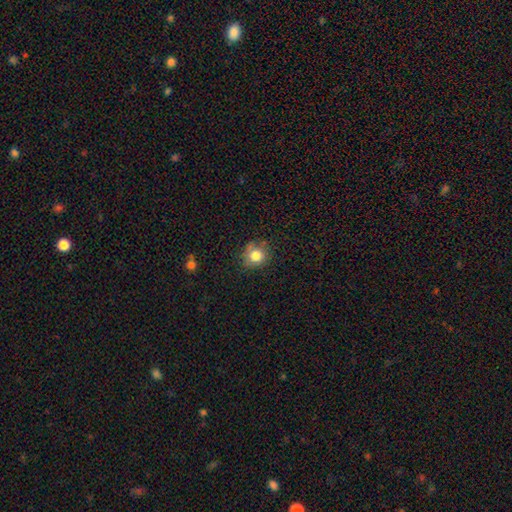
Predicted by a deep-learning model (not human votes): Q: Smooth or featured?
A: smooth (80%); runner-up: star or artifact (11%)
Q: How rounded?
A: round (82%); runner-up: in between (17%)
Q: Merging?
A: none (70%); runner-up: minor disturbance (21%)